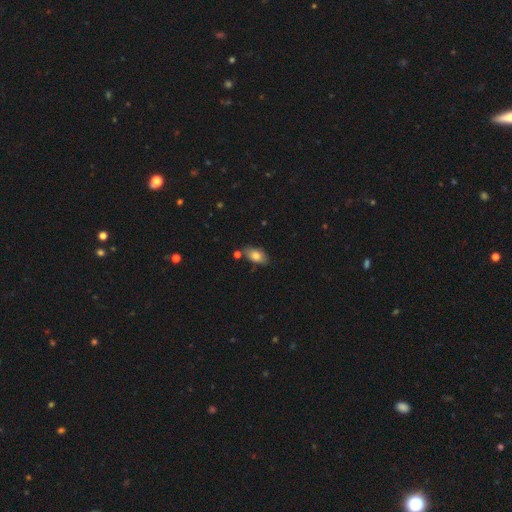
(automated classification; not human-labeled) Morphology: type=smooth (78%); roundness=in between (90%); merging=none (75%).